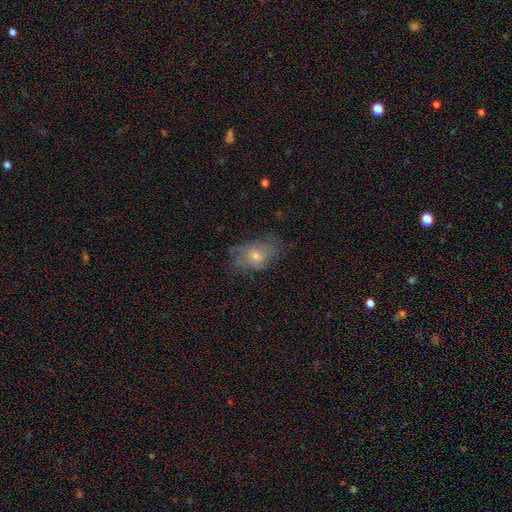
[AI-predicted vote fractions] smooth_or_featured: smooth (p=0.56) [alt: featured or disk p=0.31]
how_rounded: in between (p=0.77) [alt: round p=0.21]
merging: none (p=0.53) [alt: minor disturbance p=0.28]